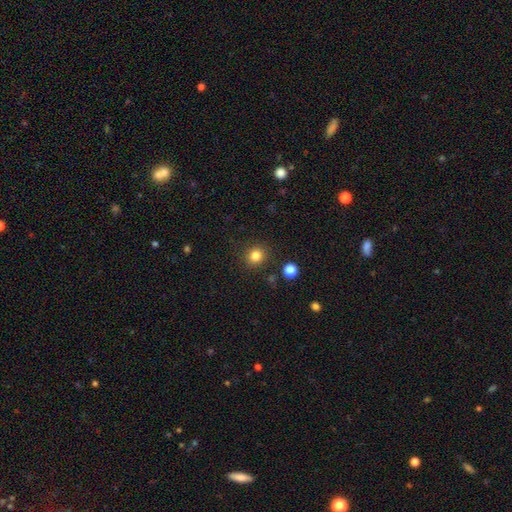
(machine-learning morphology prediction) Smooth or featured? smooth (82%)
How rounded? round (89%)
Merging? none (89%)